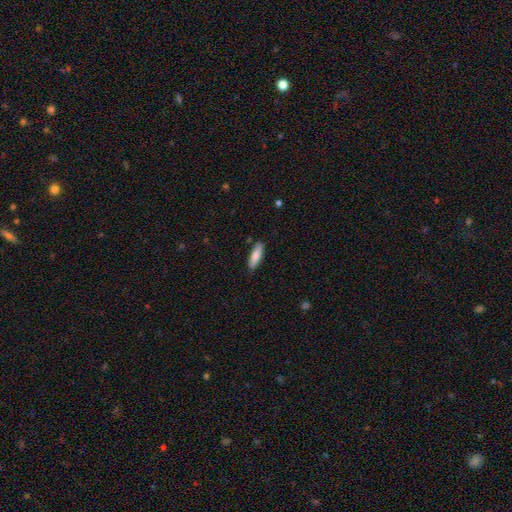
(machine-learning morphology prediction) Smooth or featured? Predicted: smooth (p=0.81). How rounded? Predicted: cigar-shaped (p=0.55). Merging? Predicted: none (p=0.85).